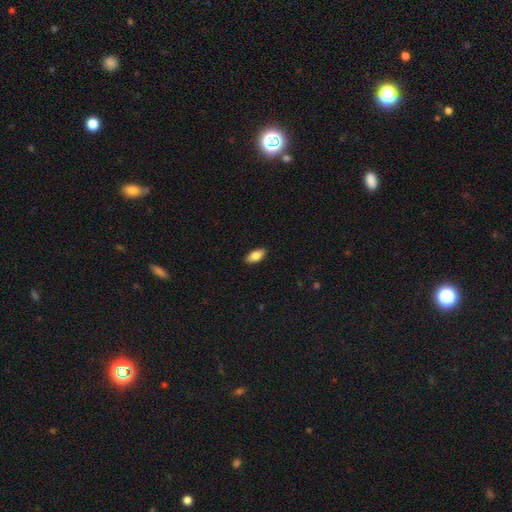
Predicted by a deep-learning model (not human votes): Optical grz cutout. It shows a smooth galaxy with no disk features (83%) that is in between round and cigar-shaped (90%). Merging: none (89%).